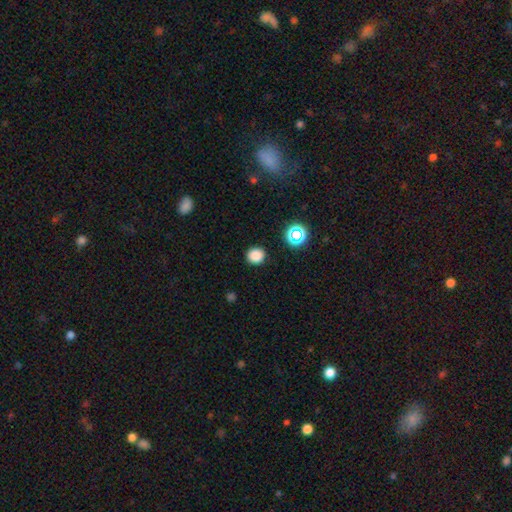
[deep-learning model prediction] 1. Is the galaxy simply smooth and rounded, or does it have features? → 82% smooth, 14% star or artifact, 4% featured or disk.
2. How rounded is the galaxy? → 88% round, 11% in between, 1% cigar-shaped.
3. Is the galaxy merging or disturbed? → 90% none, 7% minor disturbance, 2% major disturbance, 1% merger.